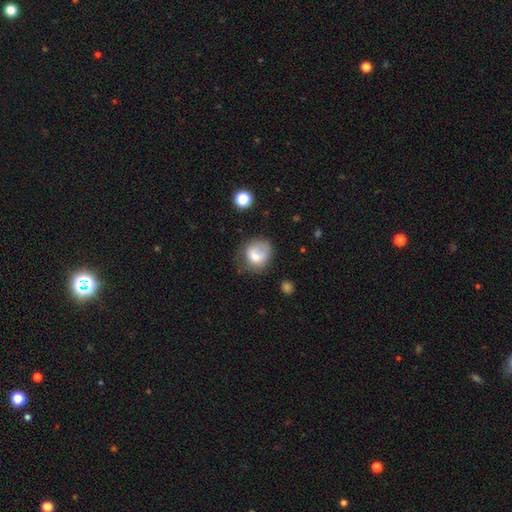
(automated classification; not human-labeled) The model was most divided on "merging": none: 48%, minor disturbance: 27%, major disturbance: 19%, merger: 6%. More confident: smooth or featured — smooth (69%); how rounded — round (67%).